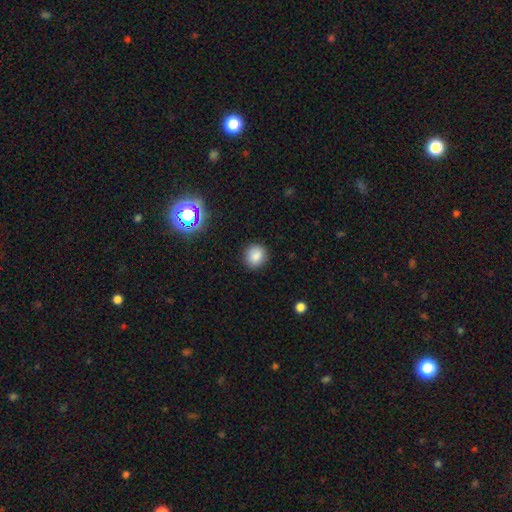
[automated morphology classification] Smooth or featured? smooth (84%)
How rounded? round (84%)
Merging? none (89%)